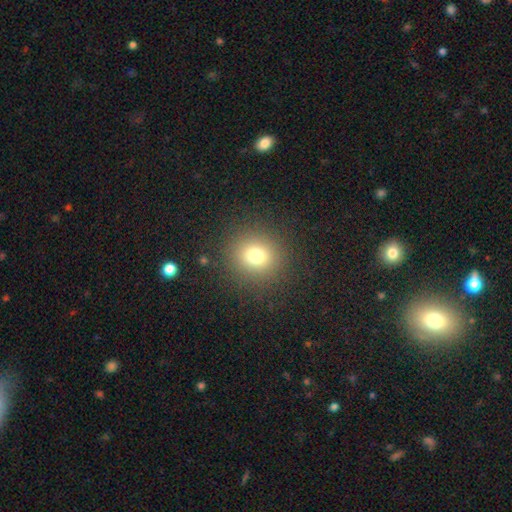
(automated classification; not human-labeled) Smooth or featured? smooth (73%)
How rounded? round (89%)
Merging? none (88%)